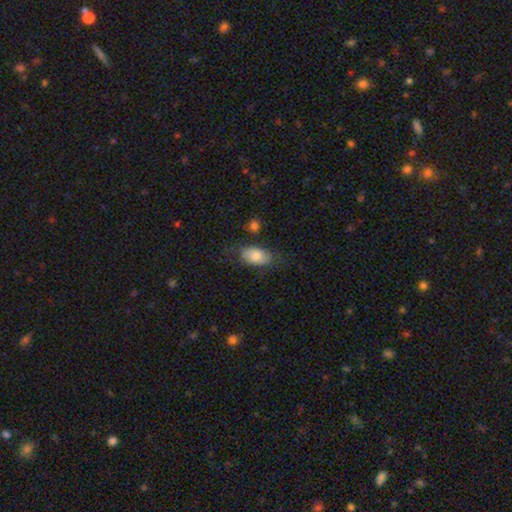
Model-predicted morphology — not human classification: This appears to be a smooth galaxy with no disk features (81%) that is in between round and cigar-shaped (91%). Merging: none (68%).